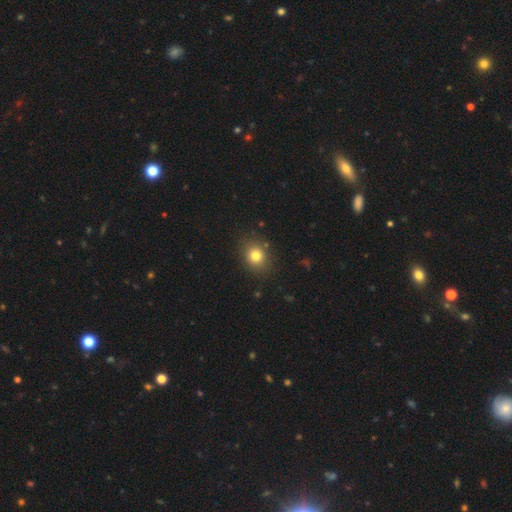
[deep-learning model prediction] Smooth or featured: smooth — 79% (star or artifact — 13%)
How rounded: round — 68% (in between — 31%)
Merging: none — 85% (minor disturbance — 10%)